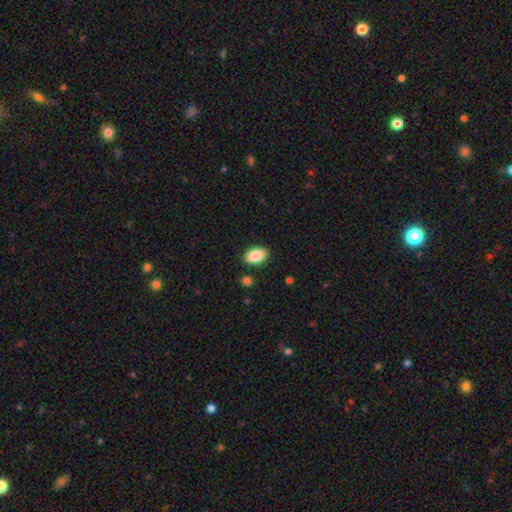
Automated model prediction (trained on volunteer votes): smooth_or_featured: smooth (p=0.89) [alt: star or artifact p=0.07]
how_rounded: in between (p=0.92) [alt: round p=0.07]
merging: none (p=0.87) [alt: minor disturbance p=0.08]